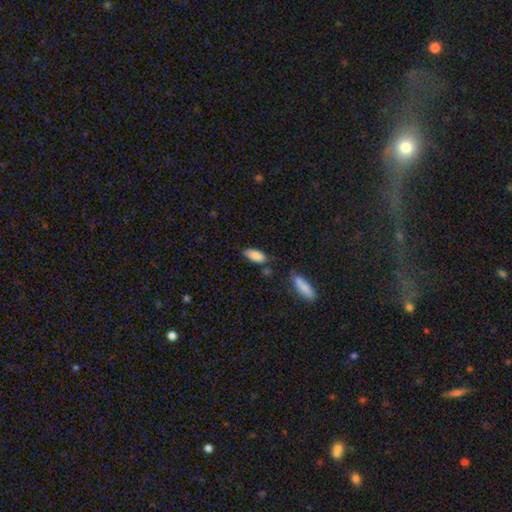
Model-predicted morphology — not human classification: Smooth or featured? smooth (87%)
How rounded? in between (84%)
Merging? none (66%)